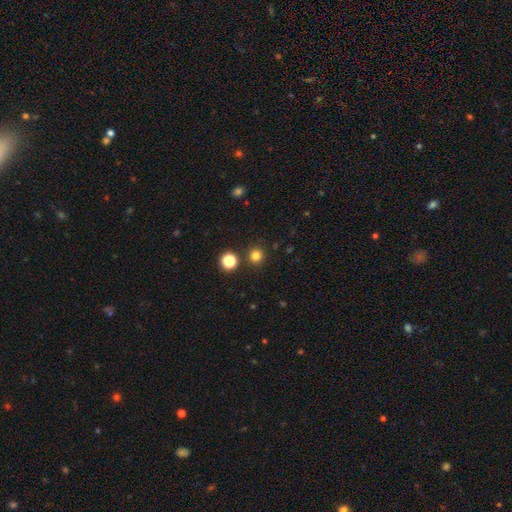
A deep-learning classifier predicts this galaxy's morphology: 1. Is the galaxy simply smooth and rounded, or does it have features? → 79% smooth, 17% star or artifact, 5% featured or disk.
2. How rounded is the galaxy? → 93% round, 6% in between, 1% cigar-shaped.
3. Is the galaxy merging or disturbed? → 88% none, 5% minor disturbance, 4% merger, 2% major disturbance.